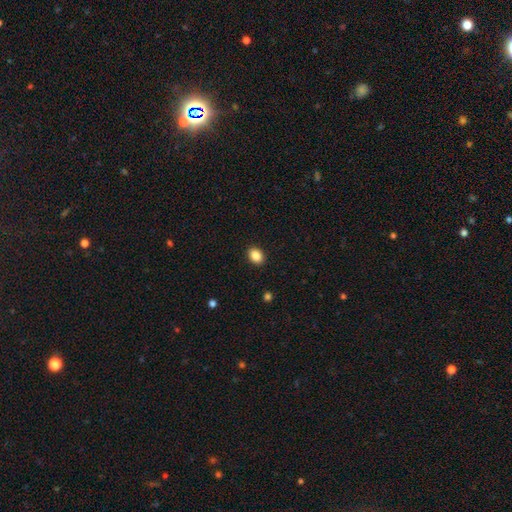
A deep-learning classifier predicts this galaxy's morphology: Overall: smooth (87%). How rounded: in between (65%; round 34%). Merging: none (91%).